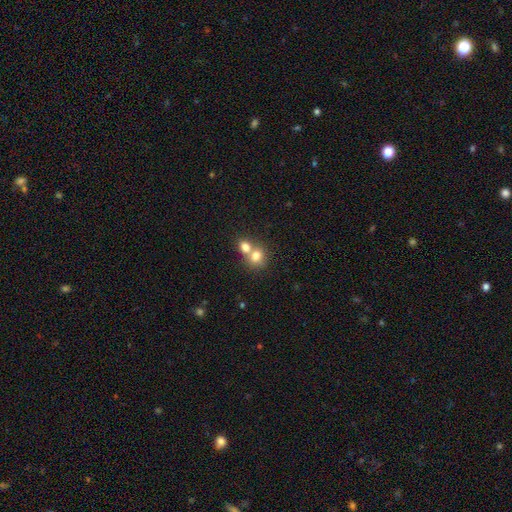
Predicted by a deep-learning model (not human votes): The model was most divided on "merging": merger: 61%, none: 30%, minor disturbance: 6%, major disturbance: 3%. More confident: smooth or featured — smooth (76%); how rounded — round (65%).